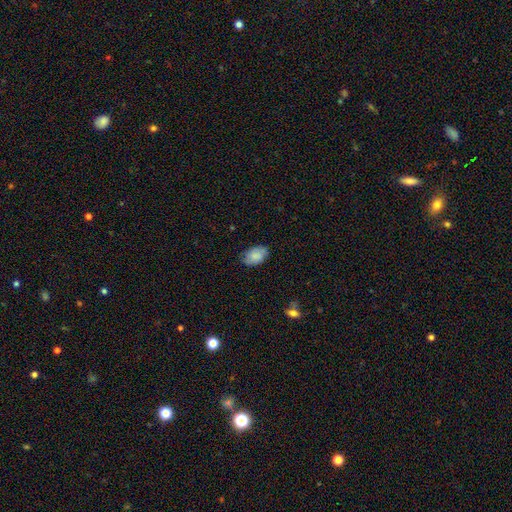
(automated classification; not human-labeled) Smooth or featured: smooth — 76% (featured or disk — 17%)
How rounded: in between — 90% (round — 9%)
Merging: none — 76% (minor disturbance — 19%)